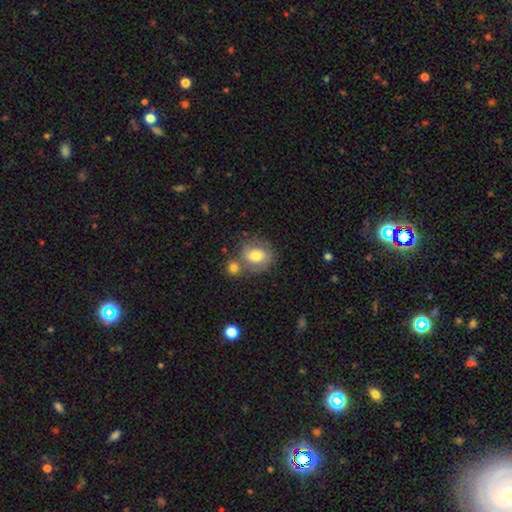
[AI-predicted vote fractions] smooth 71%, featured or disk 21%, star or artifact 8%. Down the decision tree: how rounded — round (61%); merging — none (51%).